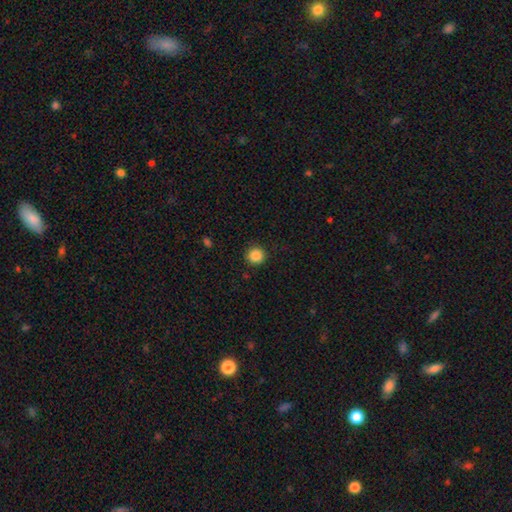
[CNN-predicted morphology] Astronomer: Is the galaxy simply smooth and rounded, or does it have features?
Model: smooth — 87%.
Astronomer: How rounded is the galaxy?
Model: round — 95%.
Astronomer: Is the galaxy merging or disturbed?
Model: none — 91%.